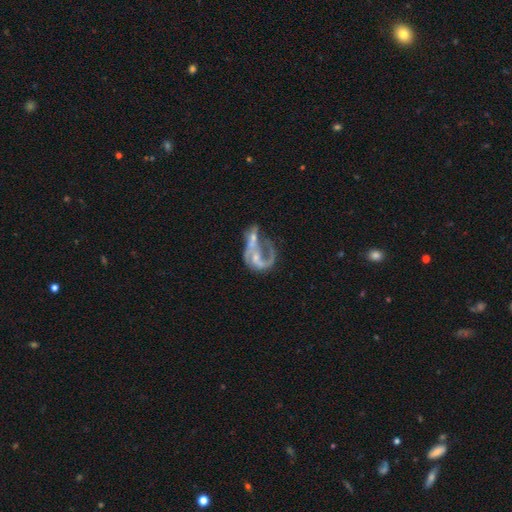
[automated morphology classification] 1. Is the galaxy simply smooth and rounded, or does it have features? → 81% featured or disk, 12% smooth, 7% star or artifact.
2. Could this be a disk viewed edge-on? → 98% no, 2% yes.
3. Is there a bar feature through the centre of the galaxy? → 58% no, 31% weak, 10% strong.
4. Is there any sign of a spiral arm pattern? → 77% yes, 23% no.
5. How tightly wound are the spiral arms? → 49% loose, 37% medium, 15% tight.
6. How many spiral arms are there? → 45% 2, 39% 1, 10% can't tell, 3% 3, 1% 4, 1% more than 4.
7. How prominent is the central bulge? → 52% small, 27% moderate, 17% none, 2% large, 1% dominant.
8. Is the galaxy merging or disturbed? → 43% merger, 29% major disturbance, 18% none, 11% minor disturbance.